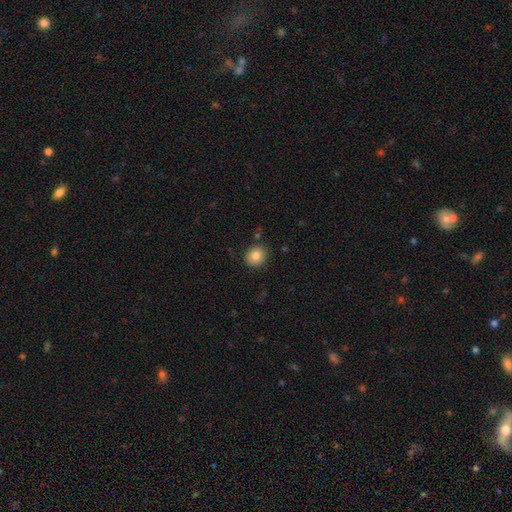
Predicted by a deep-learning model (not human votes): A smooth galaxy with no disk features (83%) that is round (76%). Merging: none (86%).